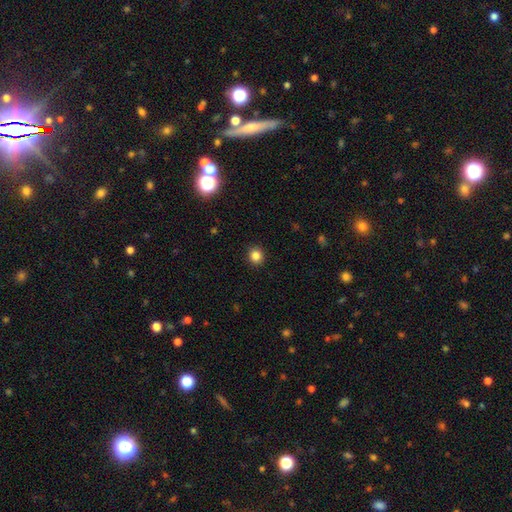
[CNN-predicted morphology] Smooth or featured? smooth (84%)
How rounded? round (89%)
Merging? none (92%)